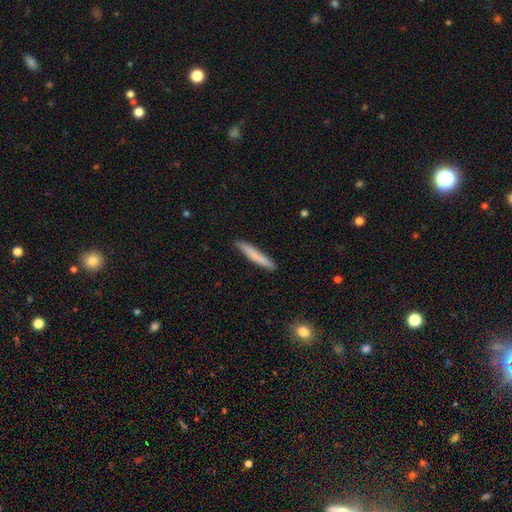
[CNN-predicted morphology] smooth 77%, featured or disk 18%, star or artifact 6%. Down the decision tree: how rounded — cigar-shaped (95%); merging — none (89%).